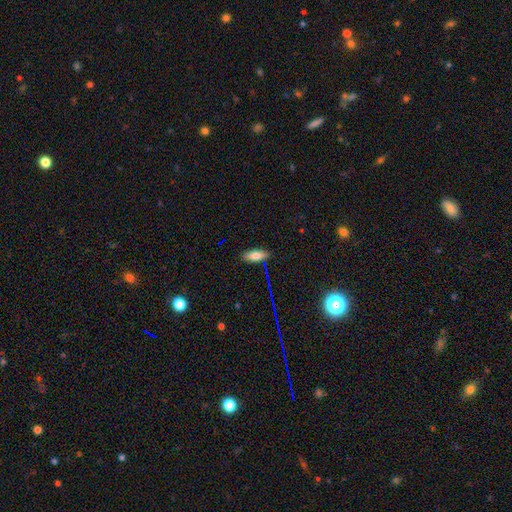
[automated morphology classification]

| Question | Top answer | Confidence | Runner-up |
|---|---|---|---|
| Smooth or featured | smooth | 76% | featured or disk (14%) |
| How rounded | in between | 73% | cigar-shaped (25%) |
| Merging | none | 83% | minor disturbance (12%) |